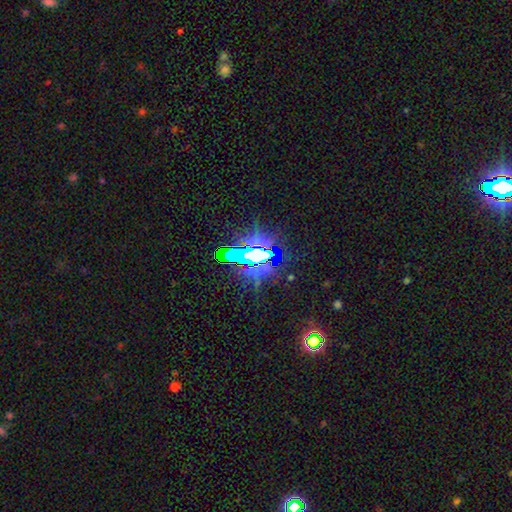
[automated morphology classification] Smooth or featured: star or artifact — 73% (smooth — 14%)